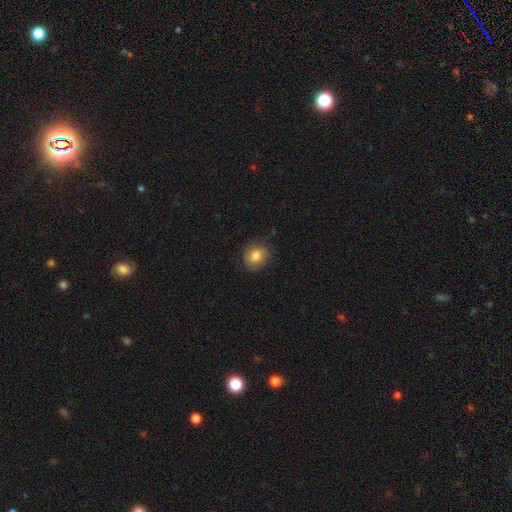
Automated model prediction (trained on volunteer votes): Smooth or featured?
  - smooth: 80% *
  - featured or disk: 11%
  - star or artifact: 9%
How rounded?
  - round: 70% *
  - in between: 29%
  - cigar-shaped: 1%
Merging?
  - none: 80% *
  - minor disturbance: 16%
  - major disturbance: 3%
  - merger: 1%